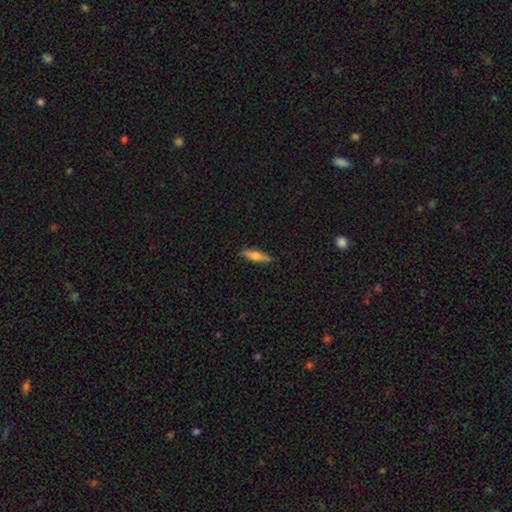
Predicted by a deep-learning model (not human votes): Overall: smooth (56%; featured or disk 38%). How rounded: cigar-shaped (70%). Merging: none (86%).